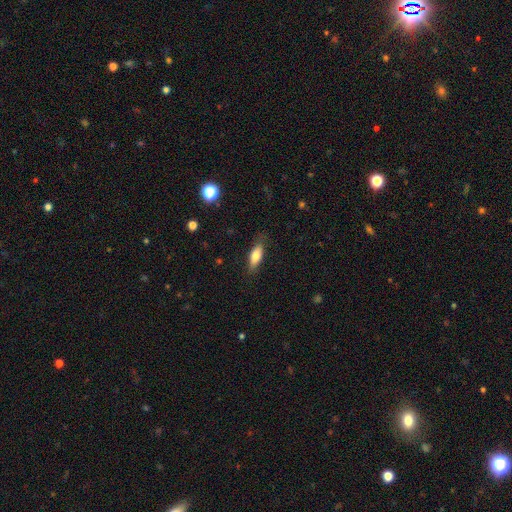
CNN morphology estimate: Smooth or featured? smooth (76%)
How rounded? in between (67%)
Merging? none (80%)